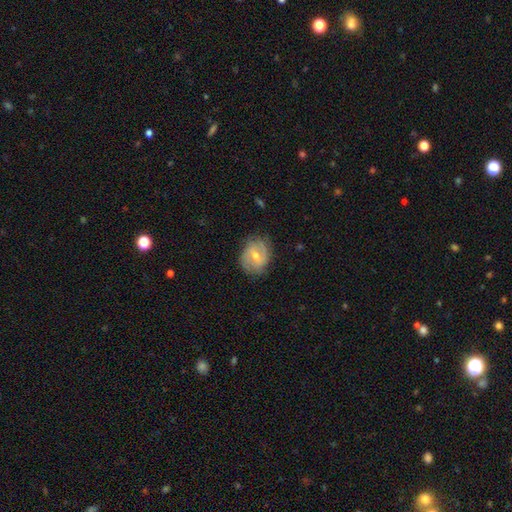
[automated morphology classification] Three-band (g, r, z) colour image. It shows a featured or disk galaxy (69%) with a weak bar (53%), 2 (62%) tight (44%) spiral arms (86%) and a moderate central bulge (55%). Merging: none (78%).